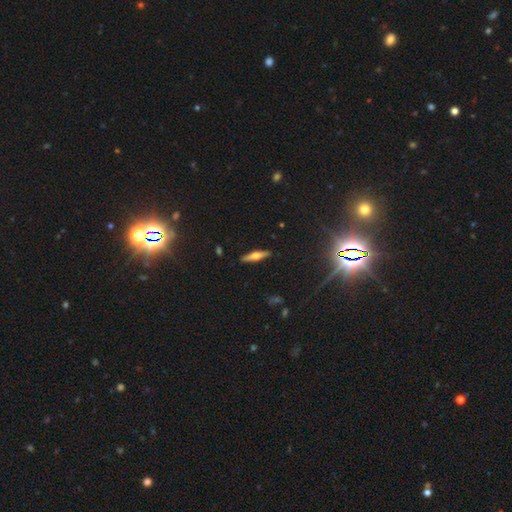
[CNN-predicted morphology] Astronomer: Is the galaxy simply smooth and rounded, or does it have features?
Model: featured or disk — 52% (runner-up: smooth, 41%).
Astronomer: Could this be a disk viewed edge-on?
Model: yes — 95%.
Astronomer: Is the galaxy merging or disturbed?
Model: none — 90%.